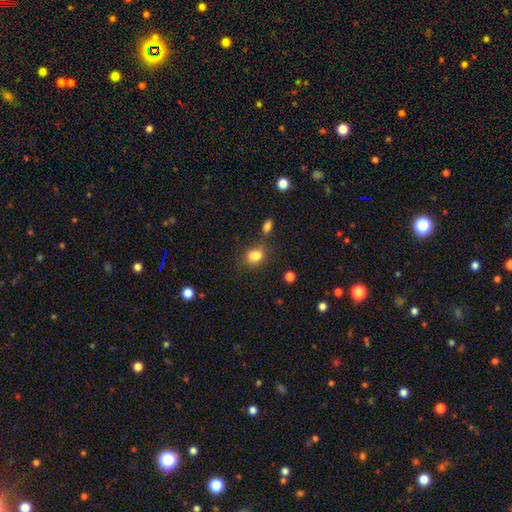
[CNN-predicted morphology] Overall: smooth (81%). How rounded: in between (54%; round 44%). Merging: none (61%).